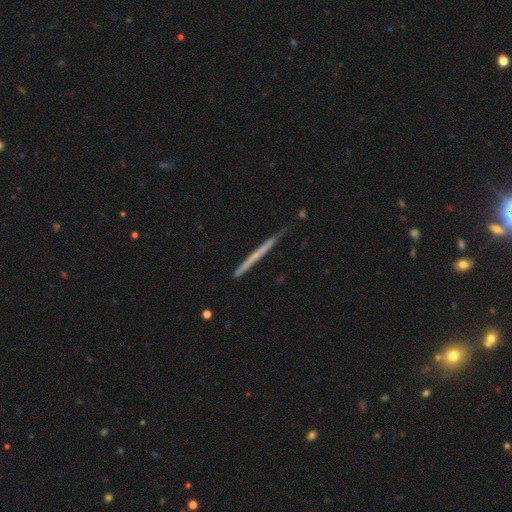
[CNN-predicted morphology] Overall: featured or disk (51%; smooth 44%). Edge-on disk: yes (97%). Merging: none (82%).